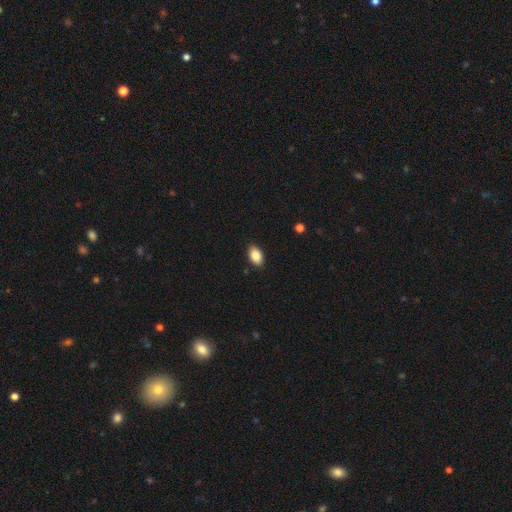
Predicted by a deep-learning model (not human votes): The model was most divided on "smooth or featured": smooth: 87%, star or artifact: 8%, featured or disk: 6%. More confident: how rounded — in between (91%); merging — none (88%).